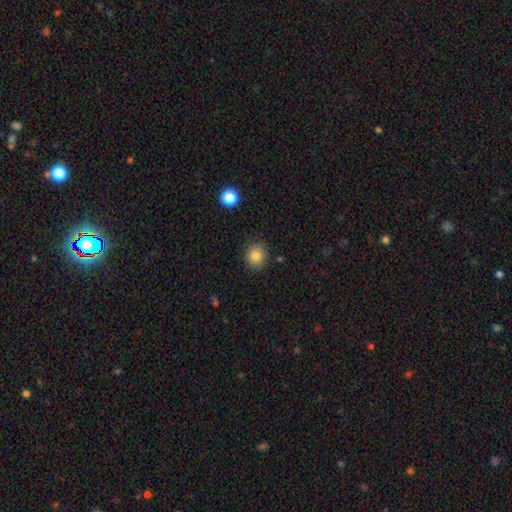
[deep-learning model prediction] Smooth or featured? Predicted: smooth (p=0.83). How rounded? Predicted: round (p=0.82). Merging? Predicted: none (p=0.87).